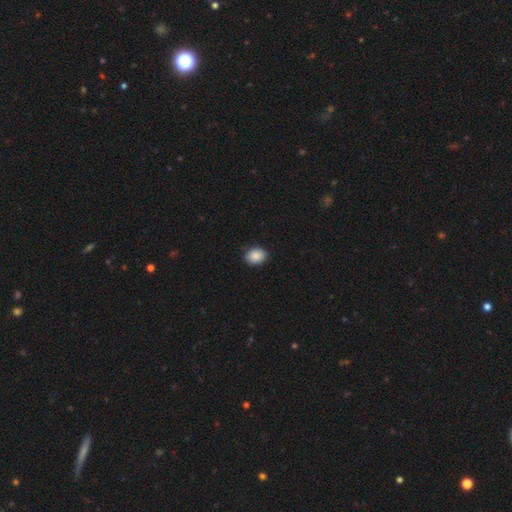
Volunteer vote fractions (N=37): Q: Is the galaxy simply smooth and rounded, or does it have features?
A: smooth — 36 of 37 (97%).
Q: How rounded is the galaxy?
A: in between — 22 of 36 (61%).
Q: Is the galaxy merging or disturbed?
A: none — 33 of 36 (92%).